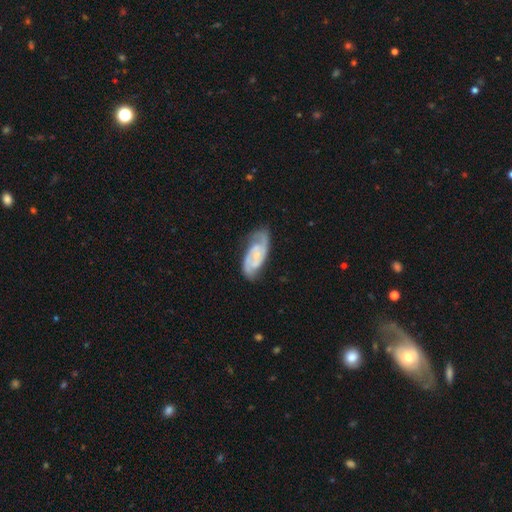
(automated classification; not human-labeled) The model was most divided on "spiral winding": medium: 45%, tight: 42%, loose: 13%. More confident: spiral arms — yes (95%); edge-on disk — no (94%); spiral arm count — 2 (82%); smooth or featured — featured or disk (80%); merging — none (73%); bulge size — small (65%); bar — no (53%).